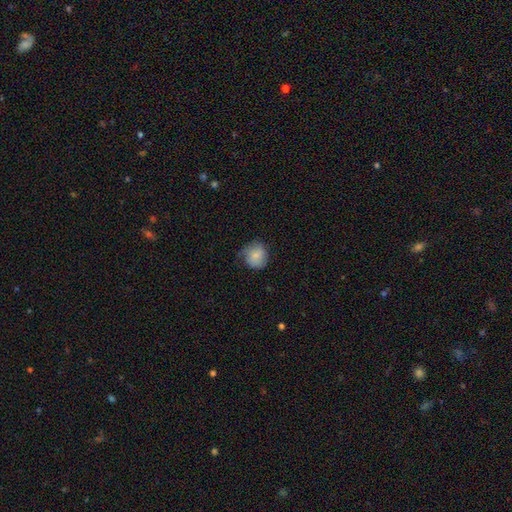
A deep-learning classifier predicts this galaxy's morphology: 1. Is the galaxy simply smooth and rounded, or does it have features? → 80% smooth, 13% featured or disk, 8% star or artifact.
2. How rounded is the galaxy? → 82% round, 17% in between, 1% cigar-shaped.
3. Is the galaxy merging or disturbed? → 59% none, 31% minor disturbance, 9% major disturbance, 1% merger.